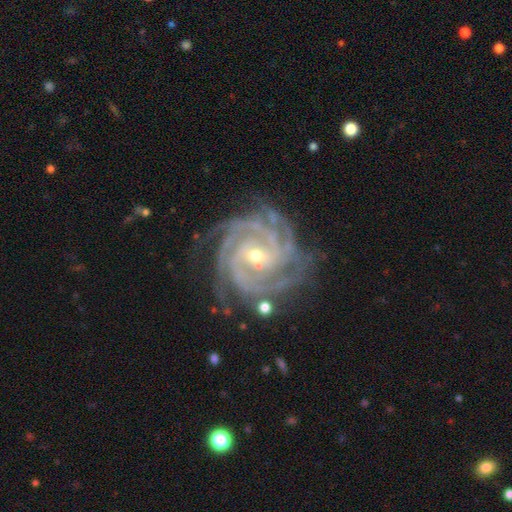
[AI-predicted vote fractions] smooth-or-featured: featured or disk: 93% | star or artifact: 5% | smooth: 3%
  disk-edge-on: no: 98% | yes: 2%
    bar: weak: 40% (tied) | no: 40% (tied) | strong: 20%
    has-spiral-arms: yes: 99% | no: 1%
      spiral-winding: tight: 78% | medium: 20% | loose: 2%
      spiral-arm-count: 4: 35% | 3: 21% | more than 4: 16% | can't tell: 12% | 2: 9% | 1: 7%
    bulge-size: small: 59% | moderate: 39% | large: 1% | none: 1% | dominant: 1%
  merging: none: 77% | minor disturbance: 16% | major disturbance: 5% | merger: 2%